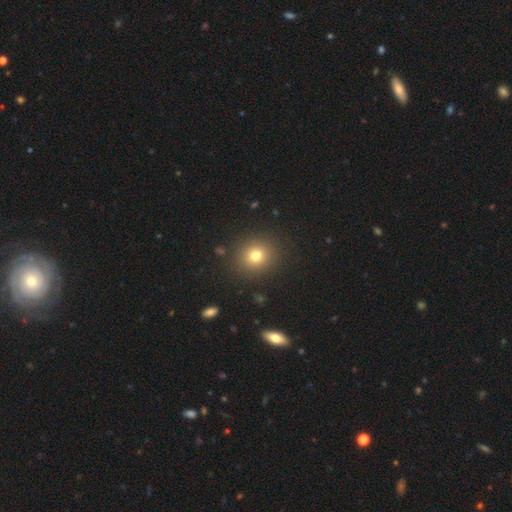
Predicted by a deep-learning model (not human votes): Smooth or featured? Predicted: smooth (p=0.76). How rounded? Predicted: round (p=0.85). Merging? Predicted: none (p=0.89).